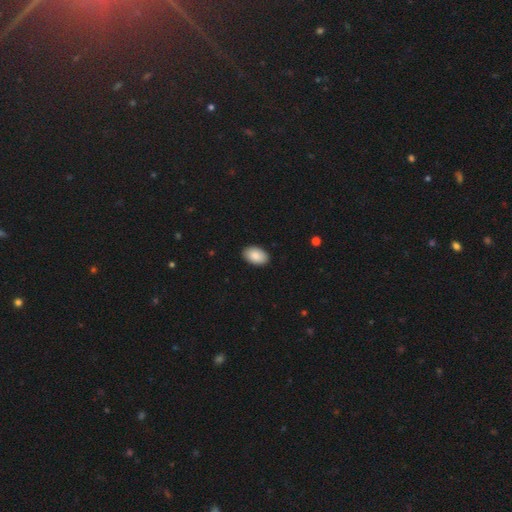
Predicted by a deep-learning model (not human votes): Morphology: type=smooth (89%); roundness=in between (93%); merging=none (90%).